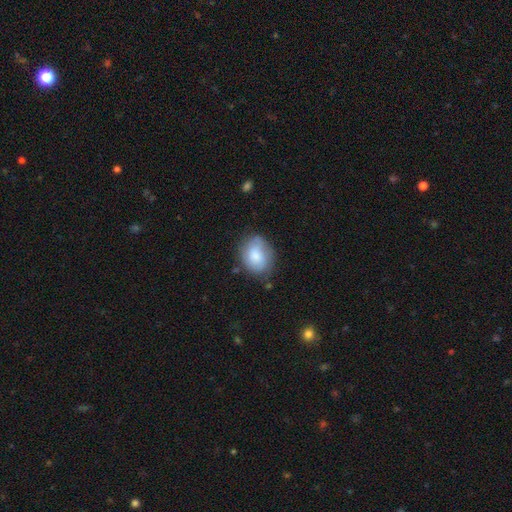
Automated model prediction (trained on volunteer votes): smooth_or_featured: smooth (p=0.72) [alt: featured or disk p=0.21]
how_rounded: in between (p=0.60) [alt: round p=0.39]
merging: none (p=0.66) [alt: minor disturbance p=0.24]